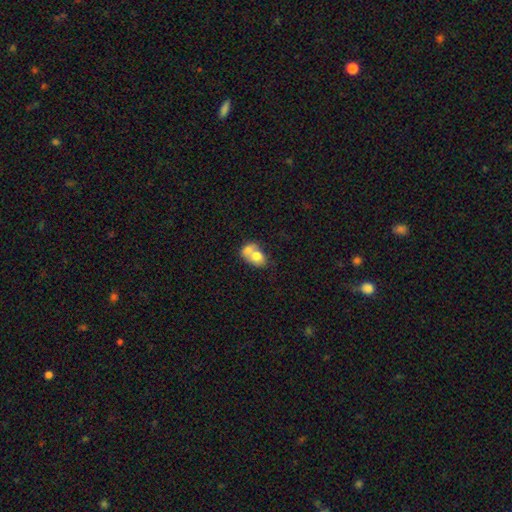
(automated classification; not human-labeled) Morphology: type=smooth (69%); roundness=in between (65%); merging=merger (68%).